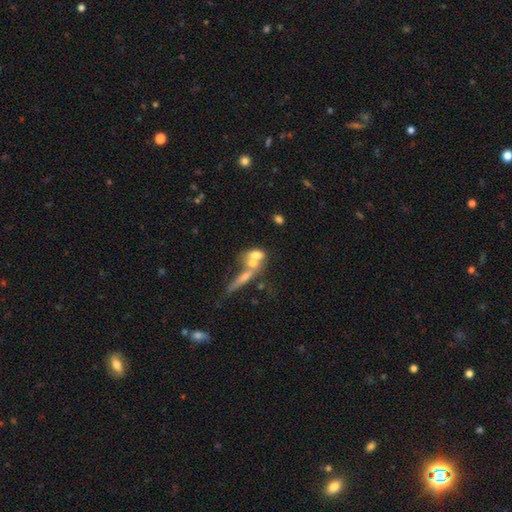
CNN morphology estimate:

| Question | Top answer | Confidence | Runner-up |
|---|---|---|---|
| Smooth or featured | smooth | 57% | featured or disk (33%) |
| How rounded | in between | 63% | round (20%) |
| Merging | merger | 59% | none (24%) |